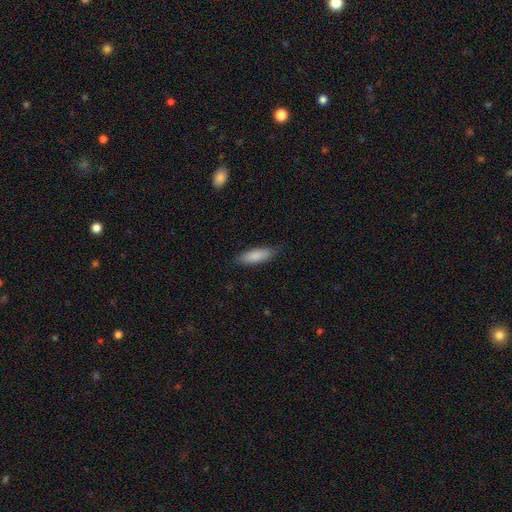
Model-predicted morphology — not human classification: smooth-or-featured: smooth: 86% | featured or disk: 8% | star or artifact: 5%
  how-rounded: in between: 61% | cigar-shaped: 37% | round: 2%
  merging: none: 83% | minor disturbance: 13% | major disturbance: 3% | merger: 1%